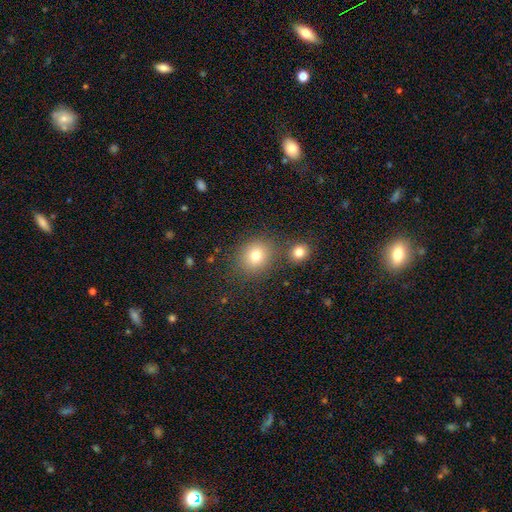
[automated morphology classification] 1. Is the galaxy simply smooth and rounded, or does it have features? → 78% smooth, 14% star or artifact, 8% featured or disk.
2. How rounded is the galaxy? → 78% round, 21% in between, 1% cigar-shaped.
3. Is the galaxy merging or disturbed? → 77% none, 11% merger, 9% minor disturbance, 3% major disturbance.